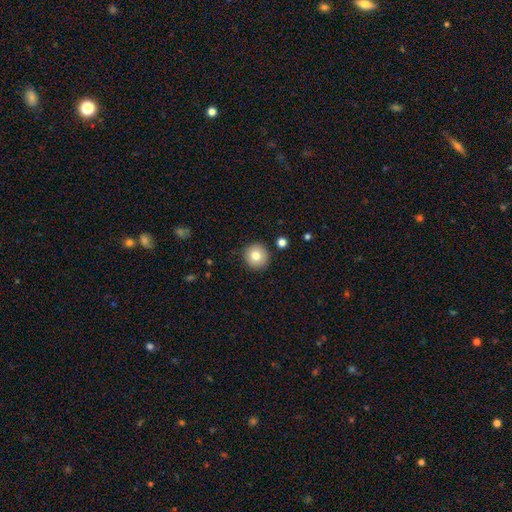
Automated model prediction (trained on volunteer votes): Morphology: type=smooth (78%); roundness=round (94%); merging=none (90%).